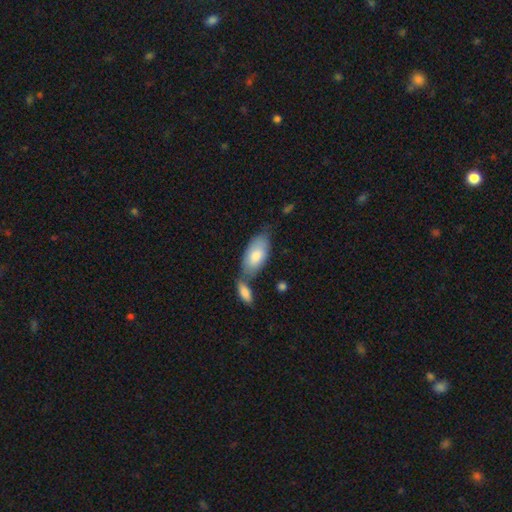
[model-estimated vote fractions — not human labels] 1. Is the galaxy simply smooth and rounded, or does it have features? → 76% smooth, 18% featured or disk, 6% star or artifact.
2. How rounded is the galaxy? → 91% in between, 6% cigar-shaped, 3% round.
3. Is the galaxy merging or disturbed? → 45% none, 35% merger, 16% minor disturbance, 4% major disturbance.